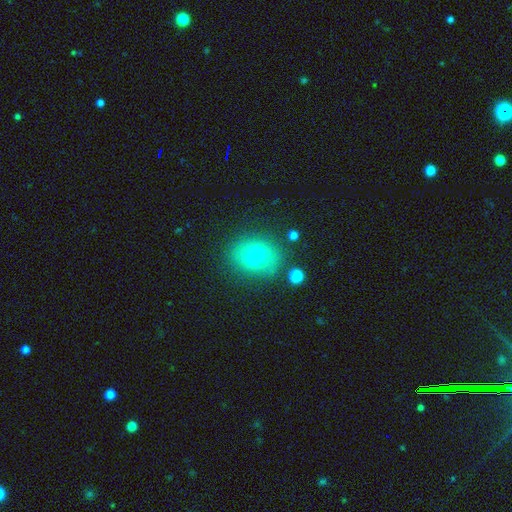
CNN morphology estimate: smooth_or_featured: smooth (p=0.47) [alt: featured or disk p=0.42]
merging: none (p=0.77) [alt: minor disturbance p=0.14]